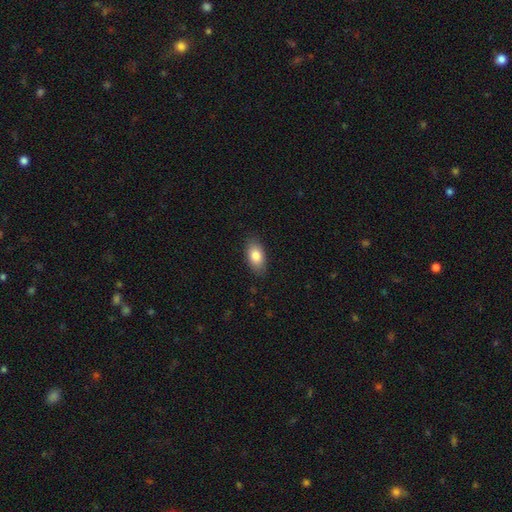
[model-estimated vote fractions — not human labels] smooth_or_featured: smooth (p=0.83) [alt: featured or disk p=0.10]
how_rounded: in between (p=0.91) [alt: round p=0.05]
merging: none (p=0.86) [alt: minor disturbance p=0.11]